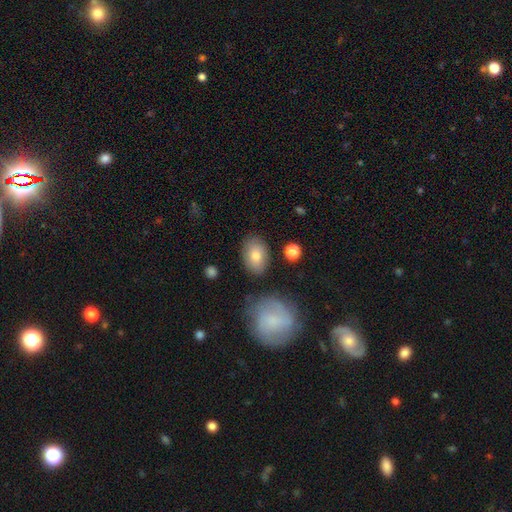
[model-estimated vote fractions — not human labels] This is likely a smooth galaxy (77%). How rounded: clearly in between (82%). Merging: clearly none (81%).